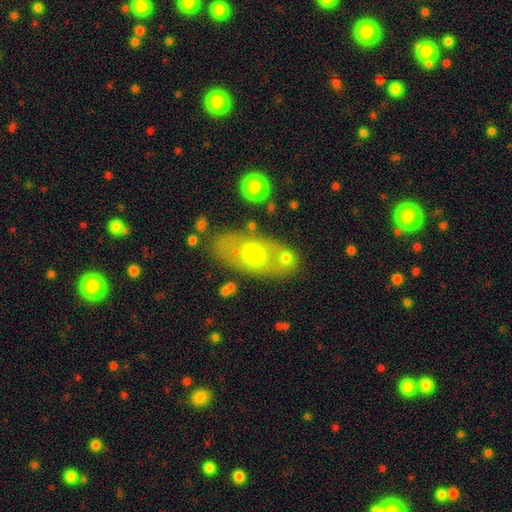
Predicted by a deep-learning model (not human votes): Smooth or featured? Predicted: smooth (p=0.49). Merging? Predicted: none (p=0.67).